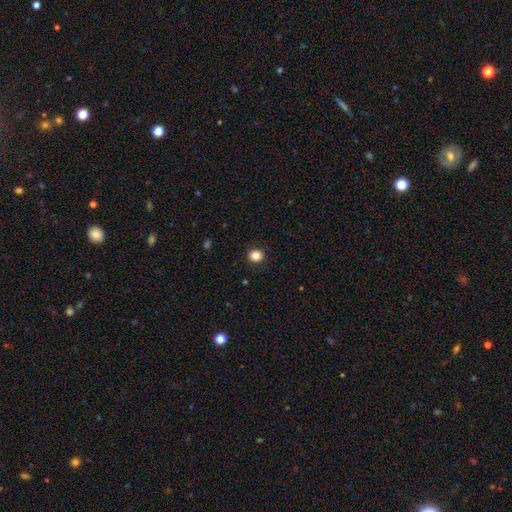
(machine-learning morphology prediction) The model was most divided on "how rounded": round: 83%, in between: 16%, cigar-shaped: 1%. More confident: merging — none (92%); smooth or featured — smooth (84%).